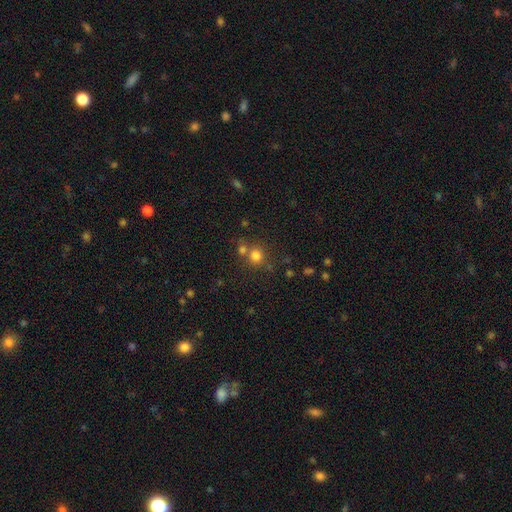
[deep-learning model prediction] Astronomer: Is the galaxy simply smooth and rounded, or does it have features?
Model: smooth — 77%.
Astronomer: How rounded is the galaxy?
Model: round — 89%.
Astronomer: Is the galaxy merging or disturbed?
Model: none — 62%.